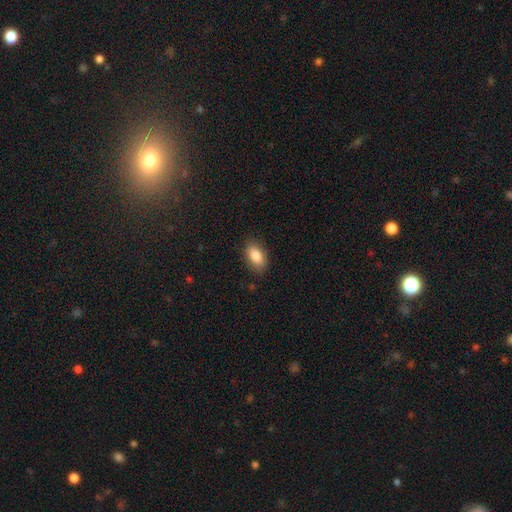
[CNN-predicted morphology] Smooth or featured: smooth — 84% (featured or disk — 9%)
How rounded: in between — 90% (round — 6%)
Merging: none — 86% (minor disturbance — 11%)